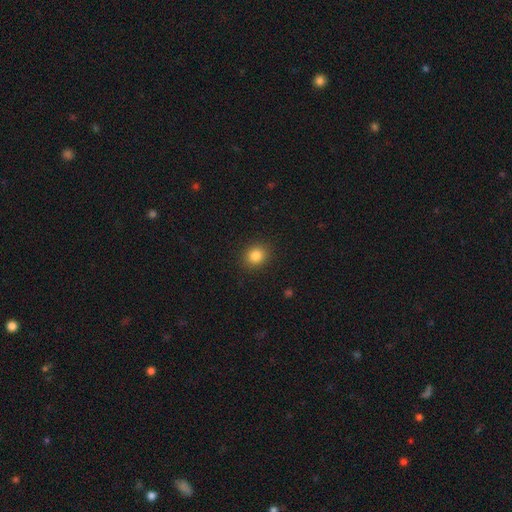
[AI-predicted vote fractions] smooth 84%, star or artifact 11%, featured or disk 5%. Down the decision tree: how rounded — round (70%); merging — none (90%).